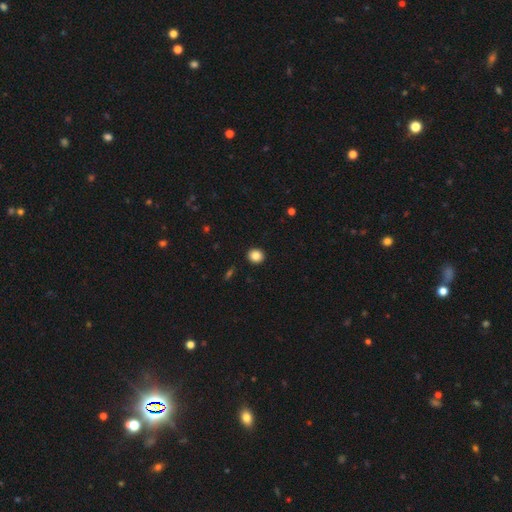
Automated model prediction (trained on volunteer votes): Smooth or featured? Predicted: smooth (p=0.85). How rounded? Predicted: round (p=0.84). Merging? Predicted: none (p=0.93).